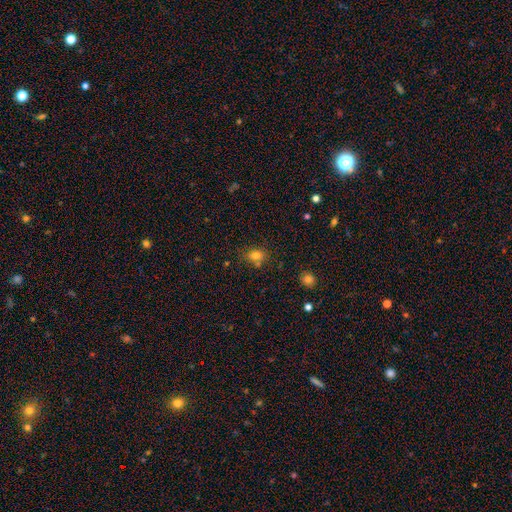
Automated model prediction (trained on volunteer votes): smooth-or-featured: smooth: 78% | star or artifact: 14% | featured or disk: 8%
  how-rounded: in between: 56% | round: 43% | cigar-shaped: 1%
  merging: none: 67% | merger: 15% | minor disturbance: 14% | major disturbance: 4%